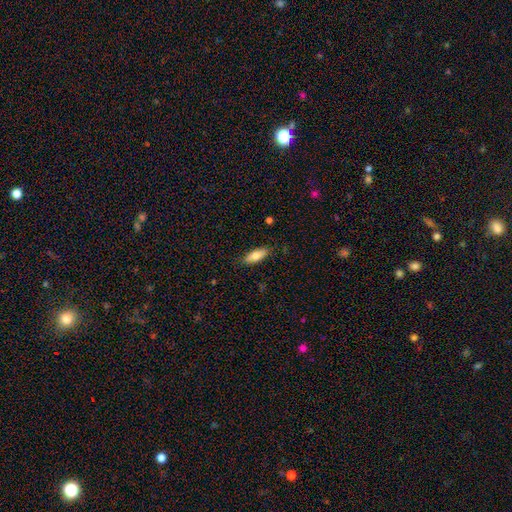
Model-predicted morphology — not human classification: Overall: smooth (79%). How rounded: in between (72%). Merging: none (86%).